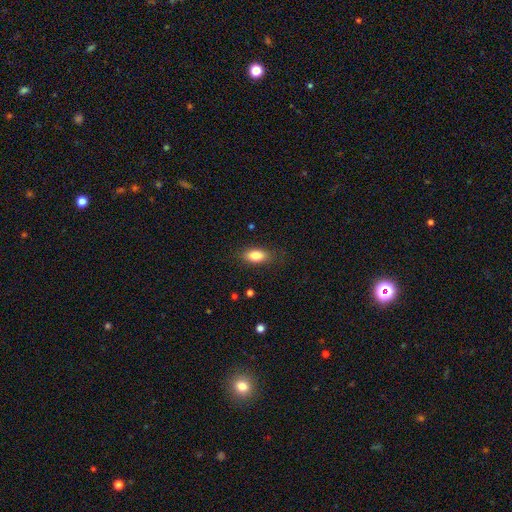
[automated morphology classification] Smooth or featured? Predicted: smooth (p=0.84). How rounded? Predicted: in between (p=0.88). Merging? Predicted: none (p=0.83).